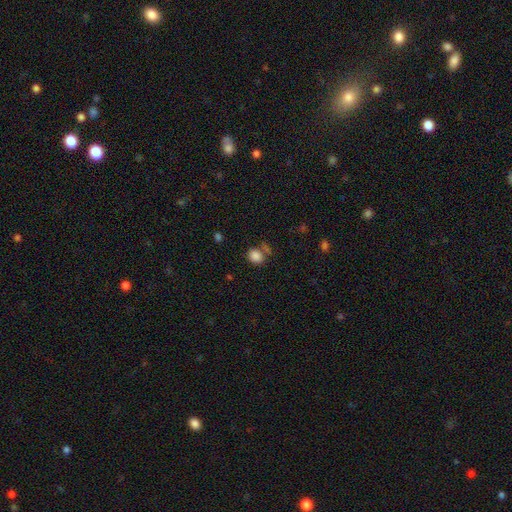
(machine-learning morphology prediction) smooth_or_featured: smooth (p=0.84) [alt: star or artifact p=0.11]
how_rounded: round (p=0.56) [alt: in between p=0.43]
merging: none (p=0.61) [alt: merger p=0.17]